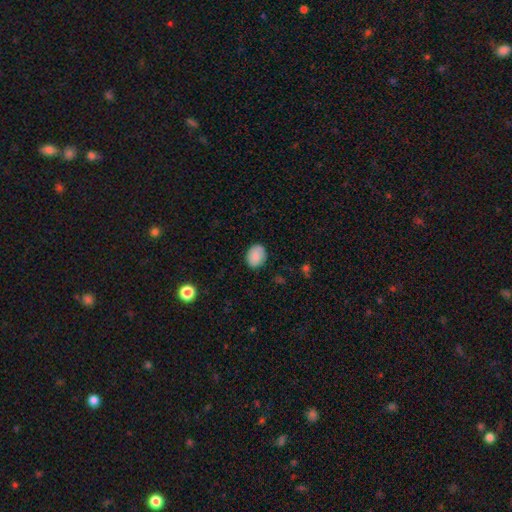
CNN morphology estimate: Smooth or featured? Predicted: smooth (p=0.84). How rounded? Predicted: round (p=0.52). Merging? Predicted: none (p=0.83).